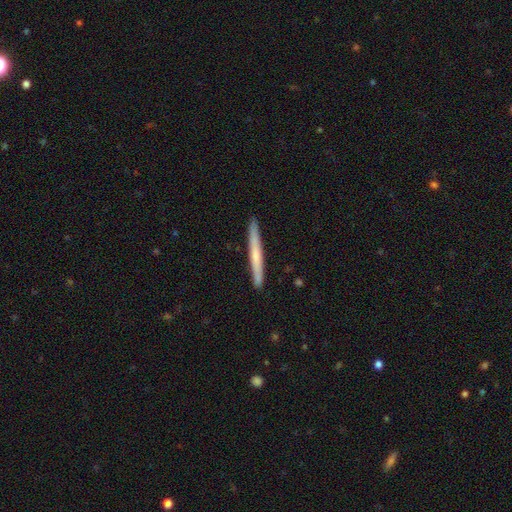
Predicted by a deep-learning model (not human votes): A smooth galaxy with no disk features (51%) that is cigar-shaped (97%).

Vote fractions:
- Smooth or featured? smooth: 51% / featured or disk: 43% / star or artifact: 5%
- How rounded? cigar-shaped: 97% / in between: 2% / round: 1%
- Merging? none: 91% / minor disturbance: 7% / major disturbance: 1% / merger: 1%